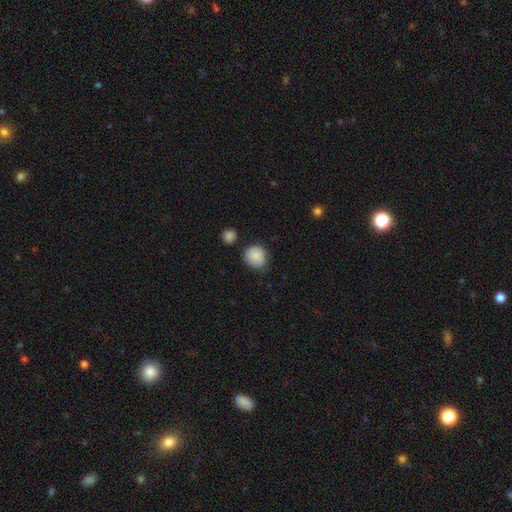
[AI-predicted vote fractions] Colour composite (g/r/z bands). It shows a smooth galaxy with no disk features (88%) that is round (79%). Merging: none (74%).